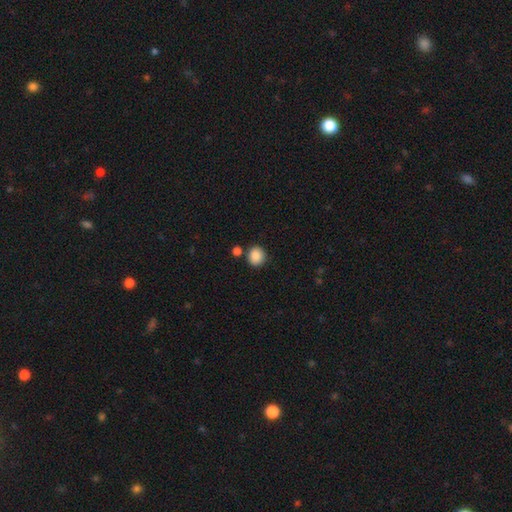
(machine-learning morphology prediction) Overall: smooth (88%). How rounded: round (88%). Merging: none (78%).